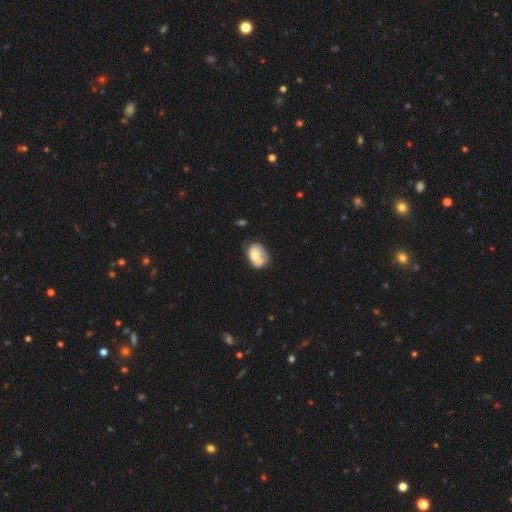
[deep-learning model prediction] A smooth galaxy with no disk features (66%) that is in between round and cigar-shaped (72%).

Vote fractions:
- Smooth or featured? smooth: 66% / featured or disk: 26% / star or artifact: 8%
- How rounded? in between: 72% / round: 27% / cigar-shaped: 1%
- Merging? none: 36% / minor disturbance: 28% / merger: 23% / major disturbance: 12%